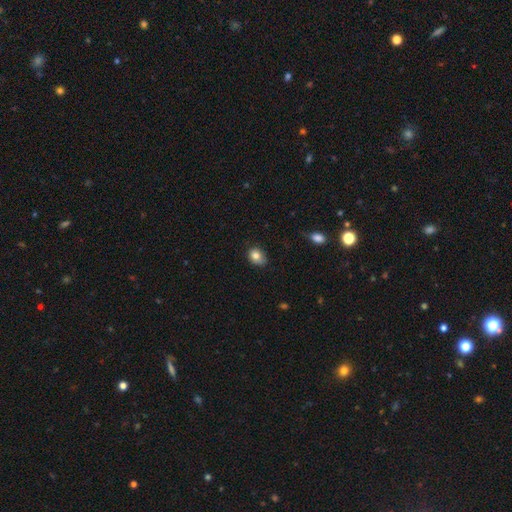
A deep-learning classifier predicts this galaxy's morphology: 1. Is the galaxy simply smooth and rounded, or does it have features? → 82% smooth, 9% star or artifact, 8% featured or disk.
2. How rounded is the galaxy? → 59% in between, 40% round, 1% cigar-shaped.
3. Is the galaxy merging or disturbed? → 65% none, 28% minor disturbance, 5% major disturbance, 2% merger.